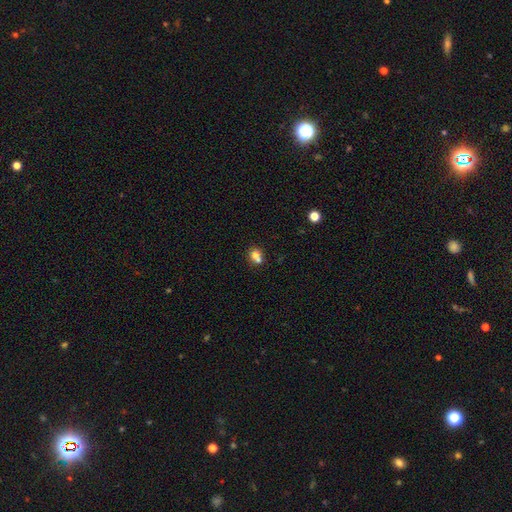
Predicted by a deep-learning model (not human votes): smooth 71%, featured or disk 16%, star or artifact 13%. Down the decision tree: how rounded — round (74%); merging — merger (50%).